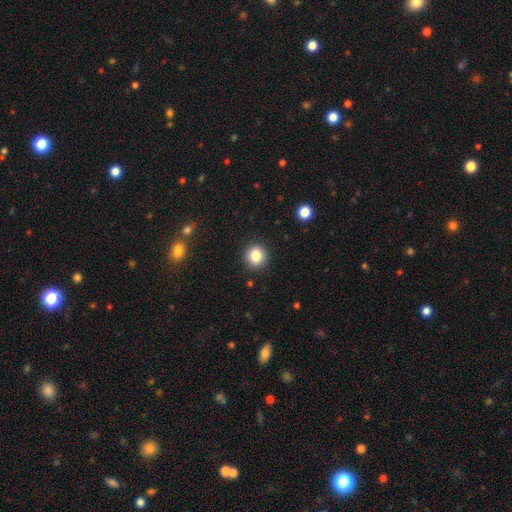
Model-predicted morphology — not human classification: This appears to be a smooth galaxy with no disk features (85%) that is round (87%). Merging: none (91%).